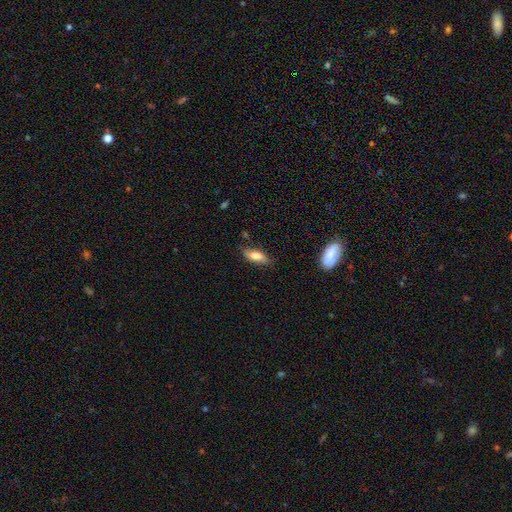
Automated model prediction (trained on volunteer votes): Overall: smooth (71%). How rounded: in between (63%; cigar-shaped 35%). Merging: none (74%).